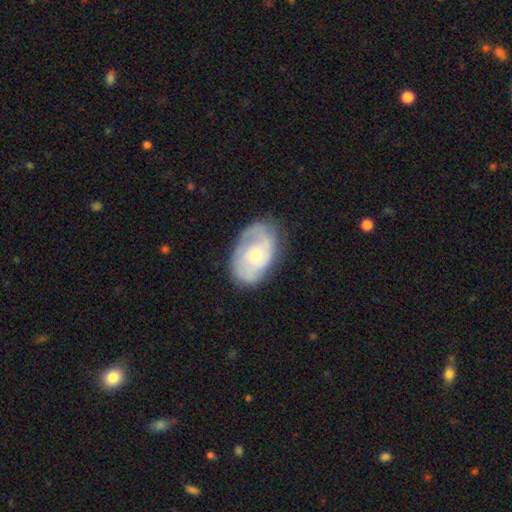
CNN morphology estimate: smooth_or_featured: featured or disk (p=0.65) [alt: smooth p=0.29]
disk_edge_on: no (p=0.95) [alt: yes p=0.05]
bar: no (p=0.76) [alt: weak p=0.21]
has_spiral_arms: yes (p=0.75) [alt: no p=0.25]
bulge_size: small (p=0.48) [alt: moderate p=0.47]
merging: none (p=0.73) [alt: minor disturbance p=0.20]